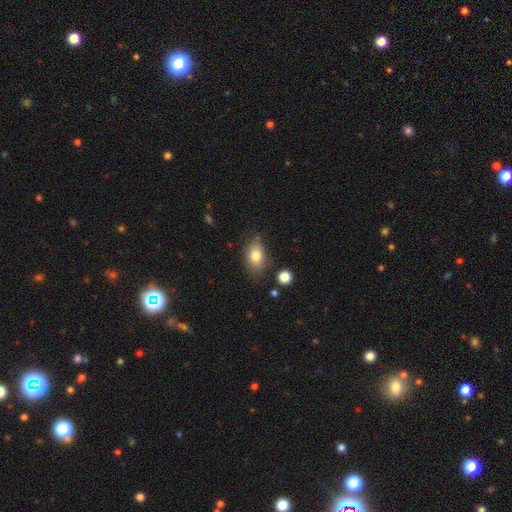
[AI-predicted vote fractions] This appears to be a smooth galaxy with no disk features (80%) that is in between round and cigar-shaped (84%). Merging: none (76%).